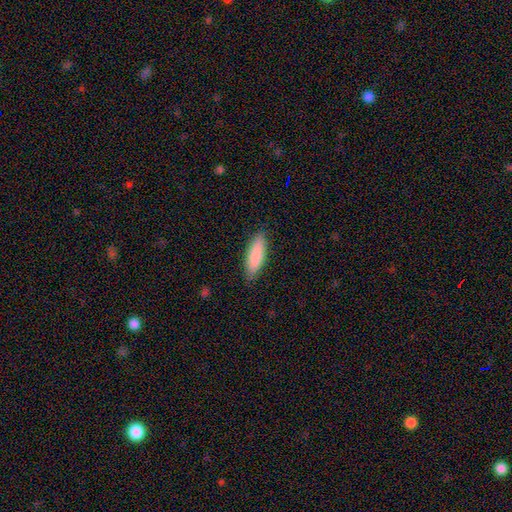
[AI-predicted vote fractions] Smooth or featured? Predicted: smooth (p=0.87). How rounded? Predicted: cigar-shaped (p=0.50). Merging? Predicted: none (p=0.87).